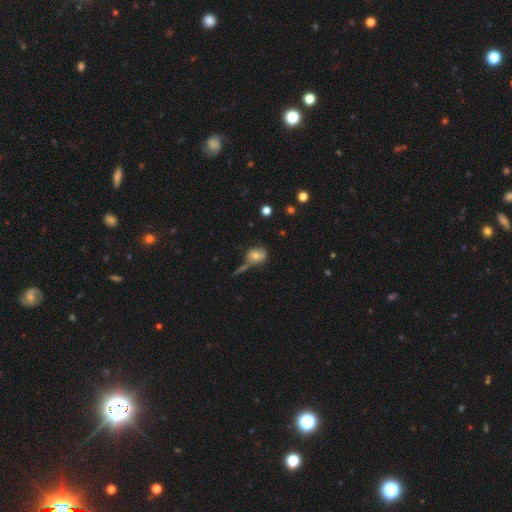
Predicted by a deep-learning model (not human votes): Overall: smooth (71%). How rounded: round (55%; in between 43%). Merging: none (43%; merger 23%).